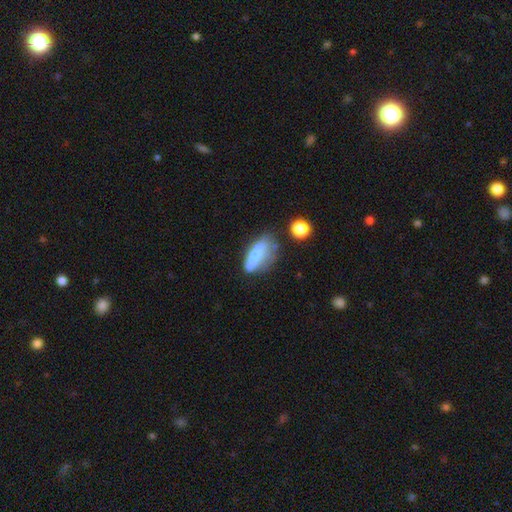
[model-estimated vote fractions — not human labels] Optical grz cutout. It shows a smooth galaxy with no disk features (54%) that is in between round and cigar-shaped (78%). Merging: none (30%).